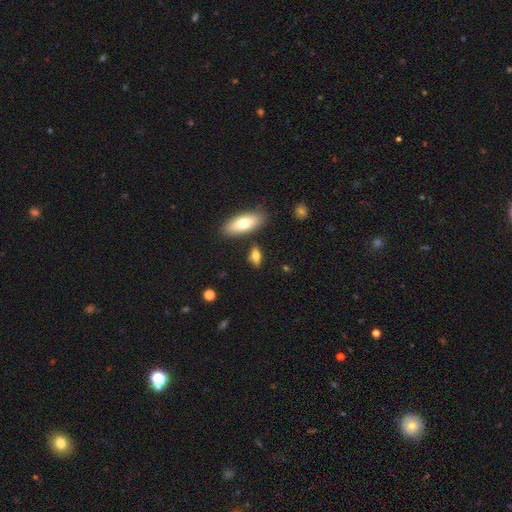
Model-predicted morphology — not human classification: A smooth galaxy with no disk features (71%) that is in between round and cigar-shaped (71%).

Vote fractions:
- Smooth or featured? smooth: 71% / featured or disk: 20% / star or artifact: 9%
- How rounded? in between: 71% / cigar-shaped: 22% / round: 8%
- Merging? none: 75% / minor disturbance: 13% / merger: 8% / major disturbance: 4%